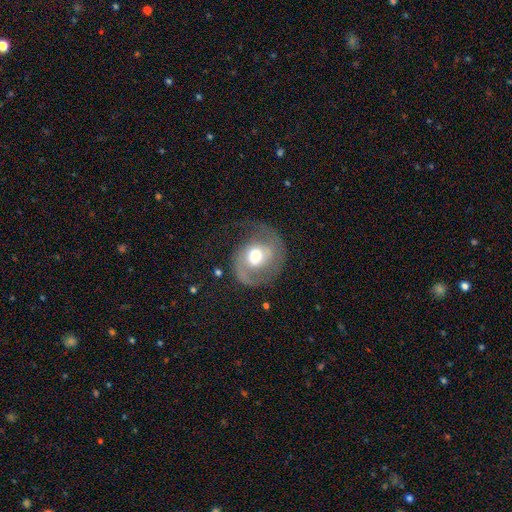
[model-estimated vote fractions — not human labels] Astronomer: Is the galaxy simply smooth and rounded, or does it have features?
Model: featured or disk — 73%.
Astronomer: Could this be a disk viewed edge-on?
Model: no — 97%.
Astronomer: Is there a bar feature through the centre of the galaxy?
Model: no — 60%.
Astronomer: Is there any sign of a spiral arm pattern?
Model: yes — 87%.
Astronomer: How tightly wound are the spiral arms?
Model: medium — 44% (runner-up: tight, 30%).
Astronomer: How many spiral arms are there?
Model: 2 — 62%.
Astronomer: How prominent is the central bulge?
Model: moderate — 62%.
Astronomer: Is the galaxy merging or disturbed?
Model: none — 54%.